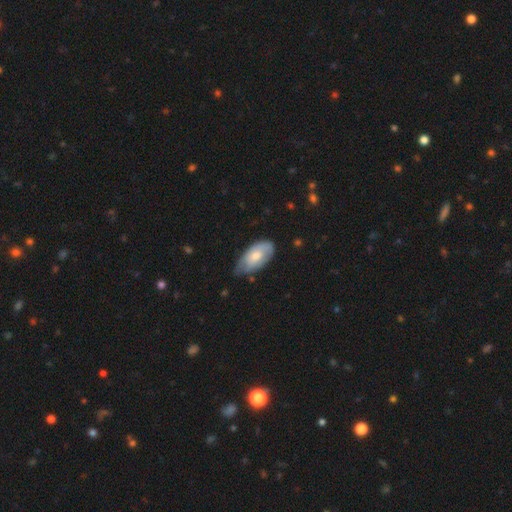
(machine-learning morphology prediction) A smooth galaxy with no disk features (61%) that is in between round and cigar-shaped (93%).

Vote fractions:
- Smooth or featured? smooth: 61% / featured or disk: 34% / star or artifact: 5%
- How rounded? in between: 93% / cigar-shaped: 4% / round: 3%
- Merging? none: 52% / minor disturbance: 39% / major disturbance: 7% / merger: 2%